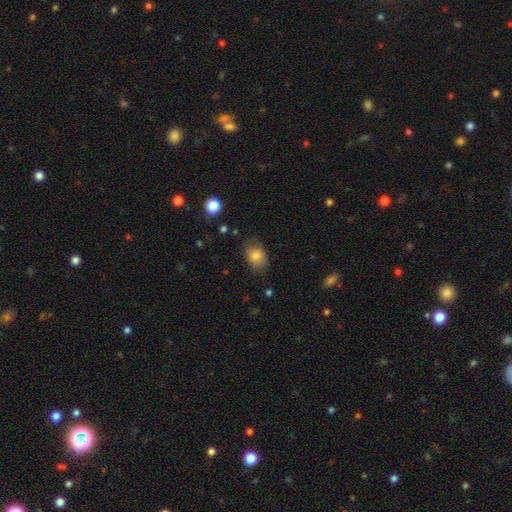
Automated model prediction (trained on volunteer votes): Smooth or featured? Predicted: smooth (p=0.80). How rounded? Predicted: in between (p=0.77). Merging? Predicted: none (p=0.73).